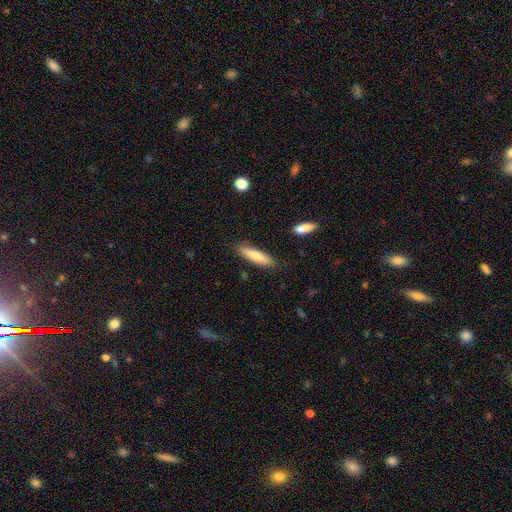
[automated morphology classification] Smooth or featured? smooth (70%)
How rounded? cigar-shaped (76%)
Merging? none (85%)